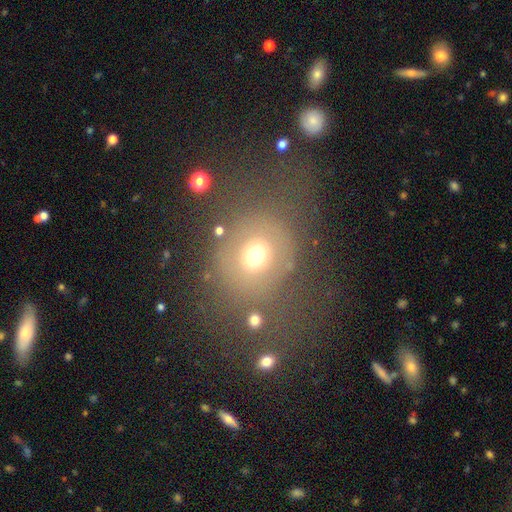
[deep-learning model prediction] Morphology: type=smooth (64%); roundness=round (74%); merging=none (64%).